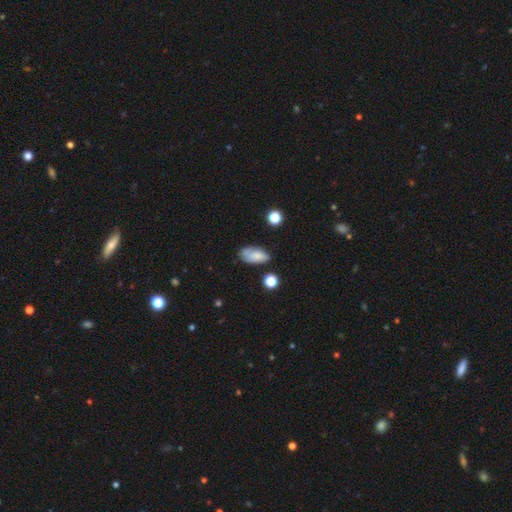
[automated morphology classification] Smooth or featured: smooth — 66% (featured or disk — 25%)
How rounded: in between — 89% (cigar-shaped — 6%)
Merging: none — 59% (minor disturbance — 27%)